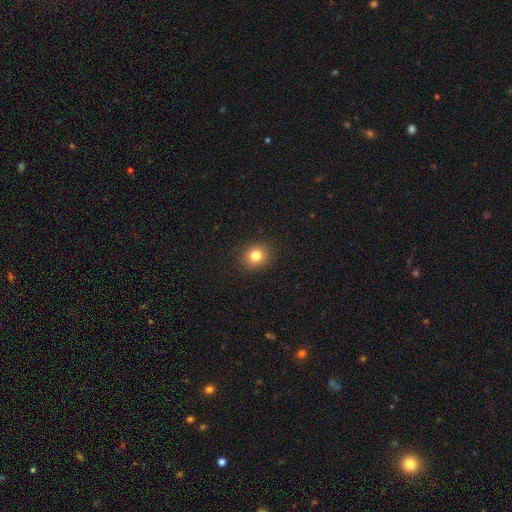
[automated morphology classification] type=smooth (82%); roundness=round (76%); merging=none (90%).